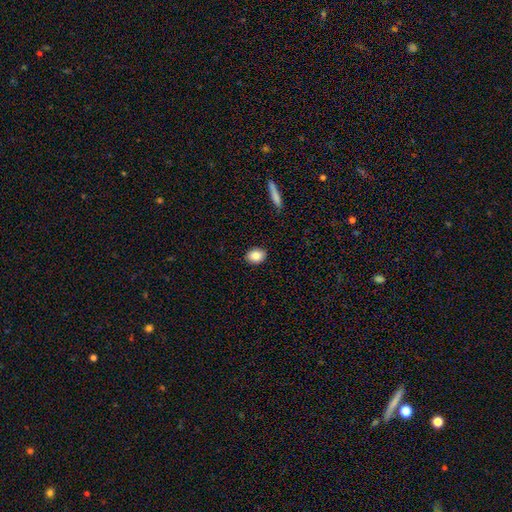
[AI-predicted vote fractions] Smooth or featured? smooth (85%)
How rounded? in between (67%)
Merging? none (89%)